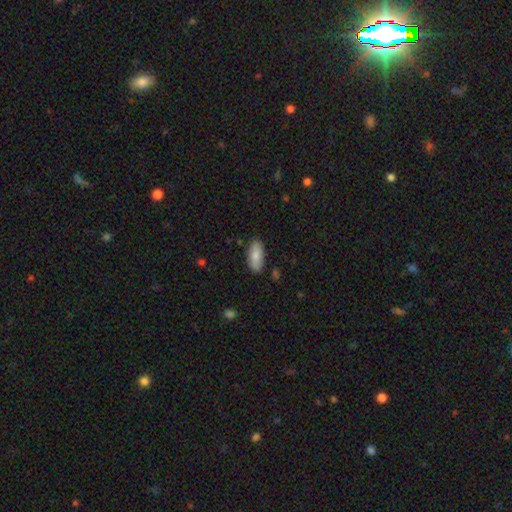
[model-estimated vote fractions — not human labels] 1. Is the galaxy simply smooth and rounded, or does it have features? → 79% smooth, 15% featured or disk, 6% star or artifact.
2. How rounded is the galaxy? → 88% in between, 10% cigar-shaped, 2% round.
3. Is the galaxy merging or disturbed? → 84% none, 12% minor disturbance, 2% major disturbance, 2% merger.